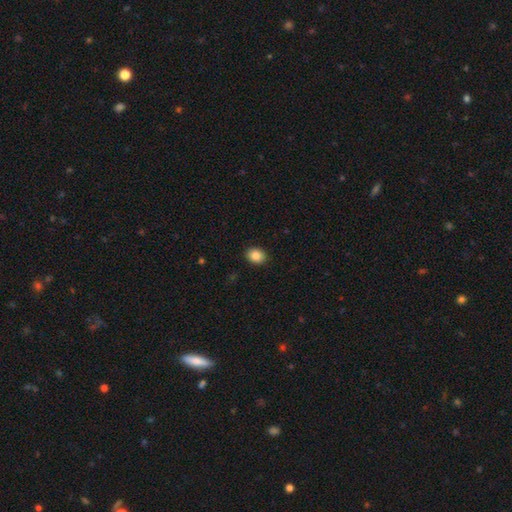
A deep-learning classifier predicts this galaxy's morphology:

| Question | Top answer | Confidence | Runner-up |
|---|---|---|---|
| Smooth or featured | smooth | 86% | star or artifact (9%) |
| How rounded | round | 52% | in between (47%) |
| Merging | none | 91% | minor disturbance (6%) |